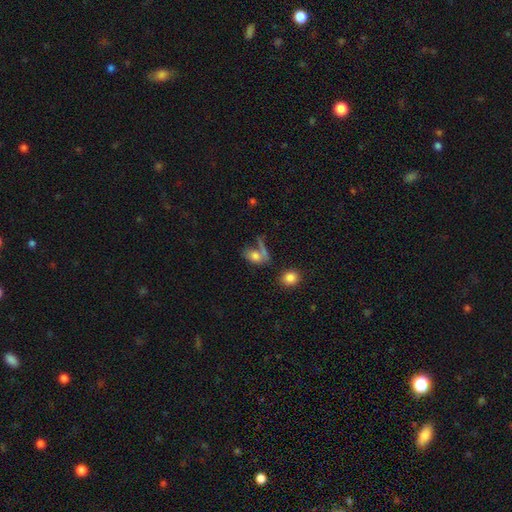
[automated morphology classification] Smooth or featured?
  - smooth: 73% *
  - featured or disk: 16%
  - star or artifact: 10%
How rounded?
  - in between: 80% *
  - round: 15%
  - cigar-shaped: 5%
Merging?
  - none: 47% *
  - merger: 26%
  - minor disturbance: 16%
  - major disturbance: 11%